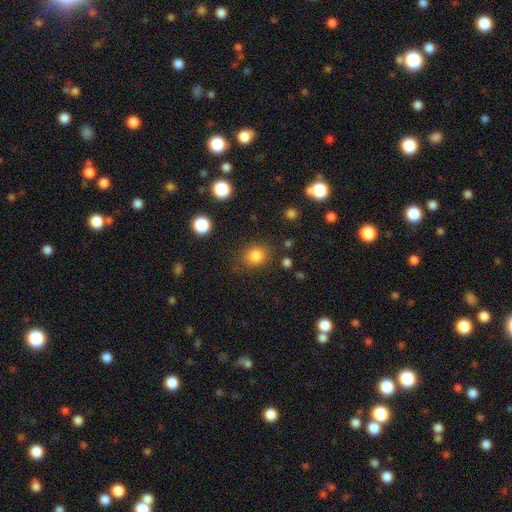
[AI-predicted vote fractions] A smooth galaxy with no disk features (83%) that is round (69%).

Vote fractions:
- Smooth or featured? smooth: 83% / star or artifact: 11% / featured or disk: 5%
- How rounded? round: 69% / in between: 30% / cigar-shaped: 1%
- Merging? none: 80% / minor disturbance: 12% / major disturbance: 5% / merger: 3%